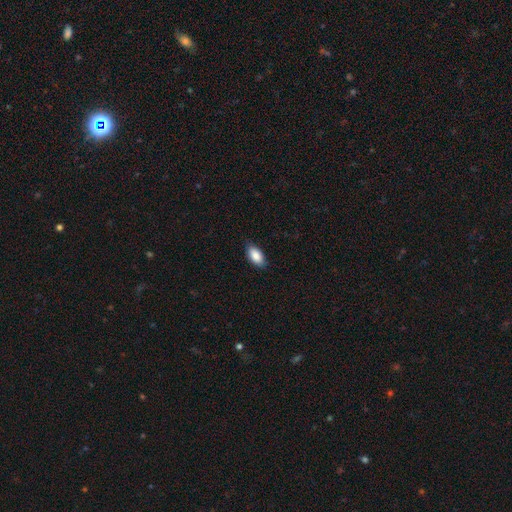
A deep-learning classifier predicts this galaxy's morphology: smooth 88%, star or artifact 6%, featured or disk 6%. Down the decision tree: how rounded — in between (93%); merging — none (84%).